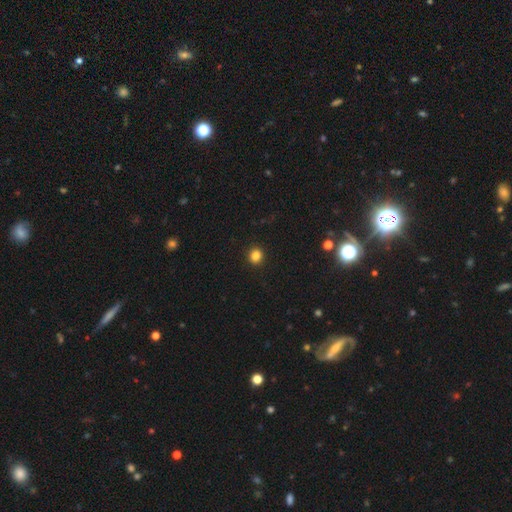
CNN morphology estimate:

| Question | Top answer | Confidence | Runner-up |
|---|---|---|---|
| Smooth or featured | smooth | 85% | star or artifact (12%) |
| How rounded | round | 81% | in between (18%) |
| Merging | none | 92% | minor disturbance (5%) |